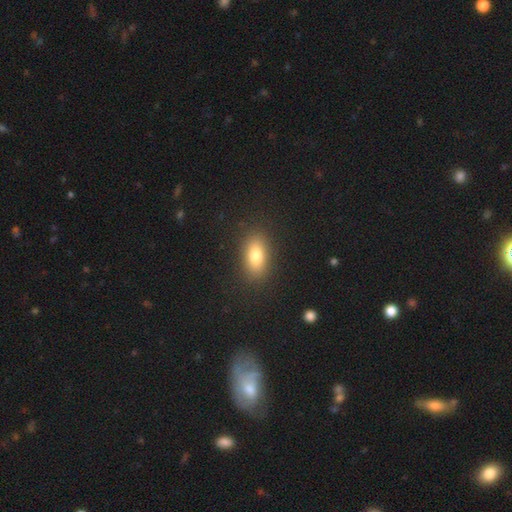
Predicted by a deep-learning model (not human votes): This appears to be a smooth galaxy with no disk features (79%) that is in between round and cigar-shaped (85%). Merging: none (87%).